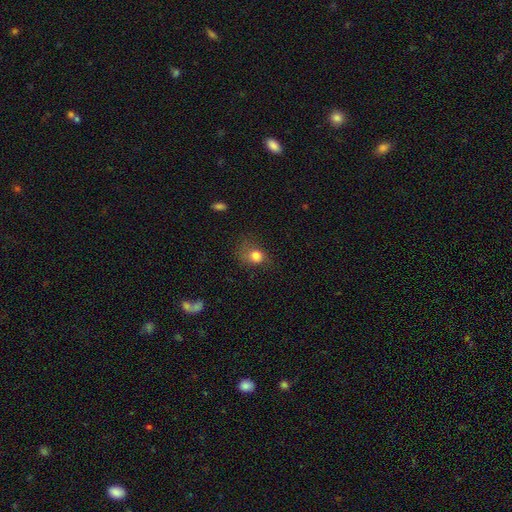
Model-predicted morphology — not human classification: Smooth or featured: smooth — 77% (star or artifact — 11%)
How rounded: round — 60% (in between — 39%)
Merging: none — 47% (minor disturbance — 28%)